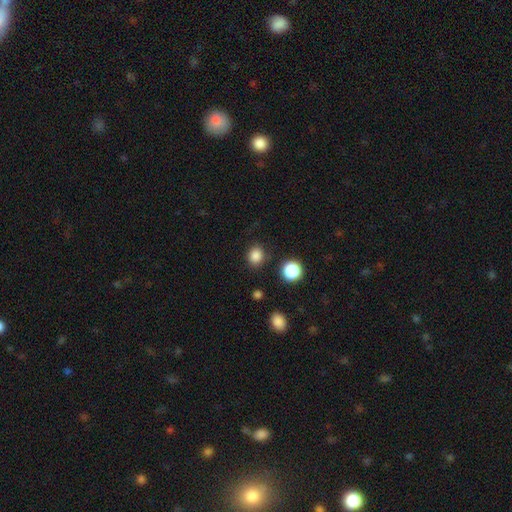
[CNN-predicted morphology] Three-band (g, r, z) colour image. It shows a smooth galaxy with no disk features (84%) that is round (76%). Merging: none (85%).